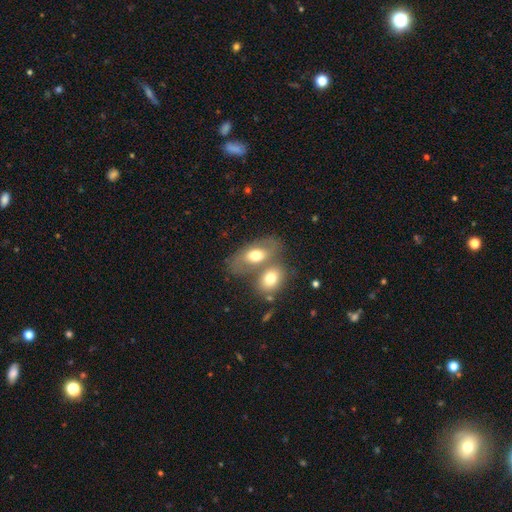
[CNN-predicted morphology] The model was most divided on "merging": merger: 48%, none: 37%, minor disturbance: 10%, major disturbance: 5%. More confident: how rounded — in between (88%); smooth or featured — smooth (65%).